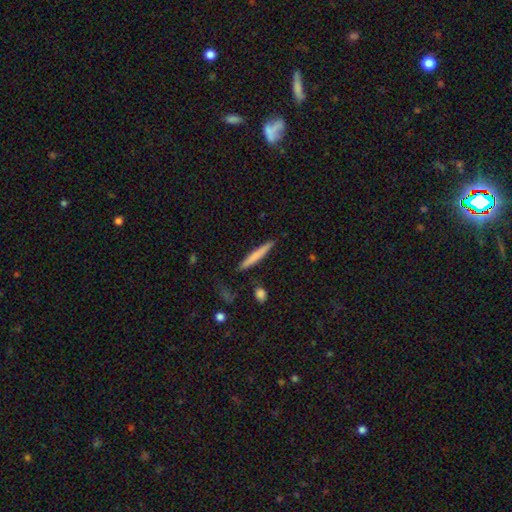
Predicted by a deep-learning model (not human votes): Smooth or featured? smooth (71%)
How rounded? cigar-shaped (96%)
Merging? none (88%)